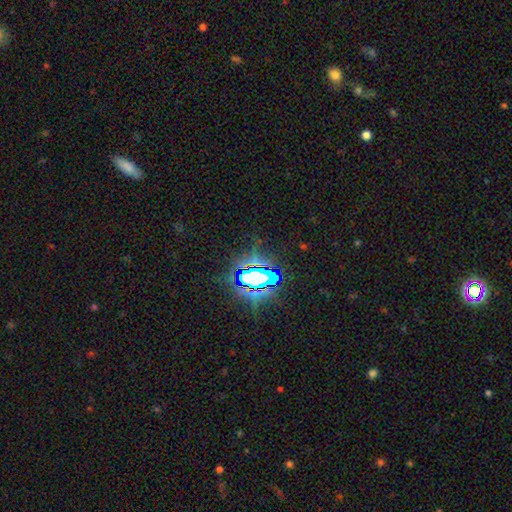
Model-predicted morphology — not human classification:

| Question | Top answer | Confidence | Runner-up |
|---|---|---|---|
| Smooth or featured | star or artifact | 74% | smooth (15%) |